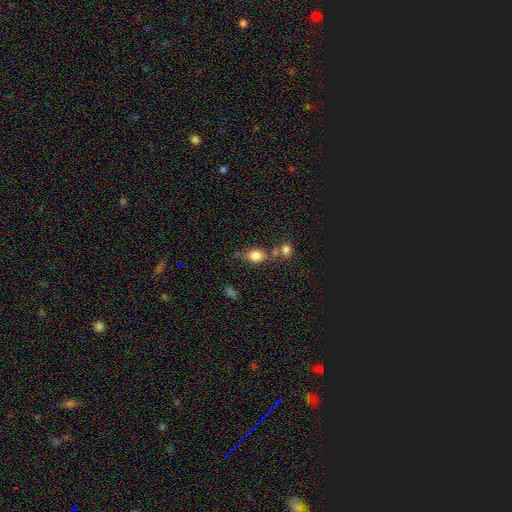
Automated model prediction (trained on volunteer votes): Q: Smooth or featured?
A: smooth (80%); runner-up: featured or disk (10%)
Q: How rounded?
A: in between (66%); runner-up: round (31%)
Q: Merging?
A: none (50%); runner-up: merger (26%)